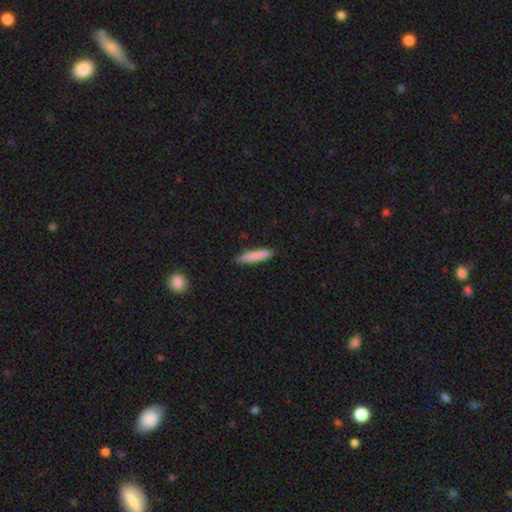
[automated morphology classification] Smooth or featured? smooth (82%)
How rounded? cigar-shaped (89%)
Merging? none (83%)